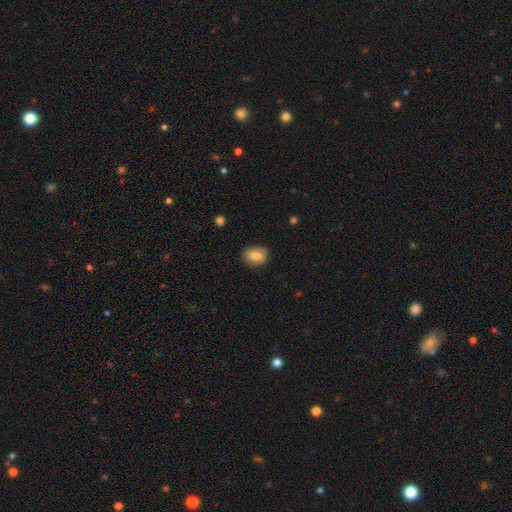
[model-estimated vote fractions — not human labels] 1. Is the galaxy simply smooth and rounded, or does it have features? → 79% smooth, 14% featured or disk, 8% star or artifact.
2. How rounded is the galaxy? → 69% in between, 29% round, 2% cigar-shaped.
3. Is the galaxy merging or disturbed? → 82% none, 14% minor disturbance, 3% major disturbance, 1% merger.